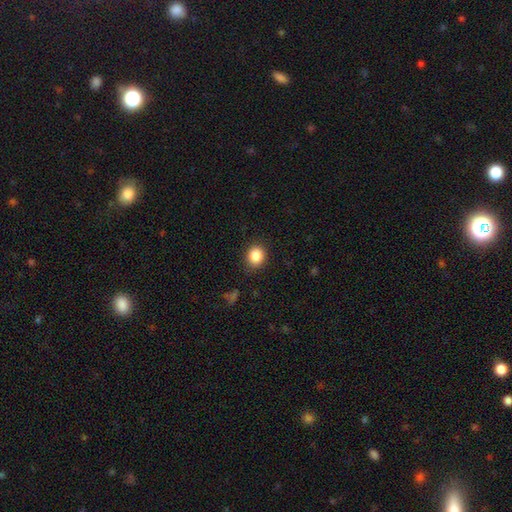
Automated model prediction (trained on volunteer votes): Q: Smooth or featured?
A: smooth (86%); runner-up: star or artifact (10%)
Q: How rounded?
A: round (73%); runner-up: in between (27%)
Q: Merging?
A: none (88%); runner-up: minor disturbance (9%)